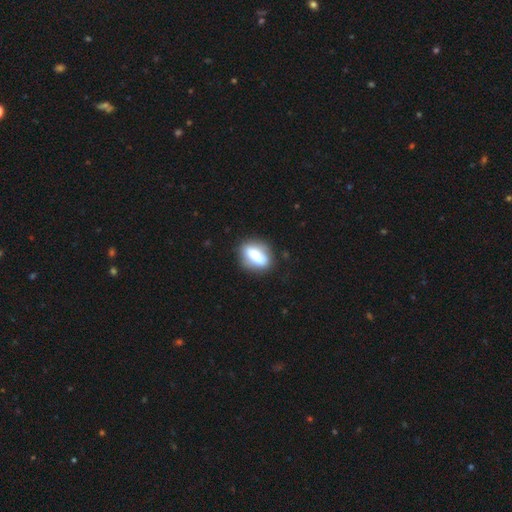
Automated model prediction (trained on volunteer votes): The model was most divided on "smooth or featured": smooth: 71%, featured or disk: 22%, star or artifact: 8%. More confident: how rounded — in between (81%); merging — none (70%).